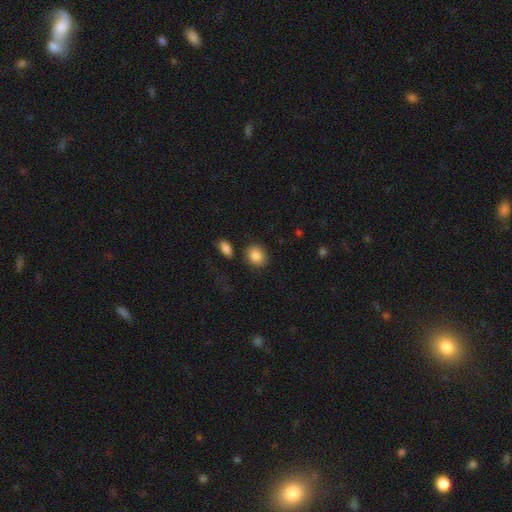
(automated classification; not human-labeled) smooth-or-featured: smooth: 87% | star or artifact: 8% | featured or disk: 6%
  how-rounded: round: 62% | in between: 37% | cigar-shaped: 1%
  merging: none: 84% | minor disturbance: 9% | merger: 4% | major disturbance: 3%